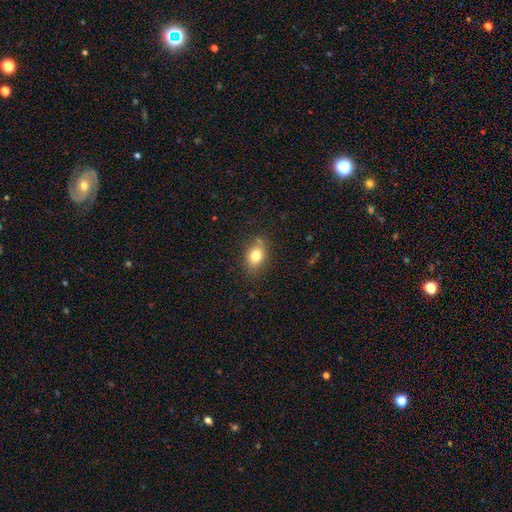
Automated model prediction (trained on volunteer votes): This is likely a smooth galaxy (79%). How rounded: likely in between (70%). Merging: likely none (78%).